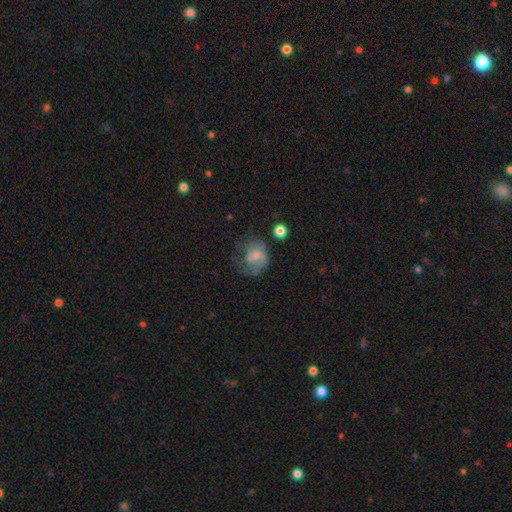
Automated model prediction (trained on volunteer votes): This is possibly a smooth galaxy (46%). Merging: marginally major disturbance (40%).